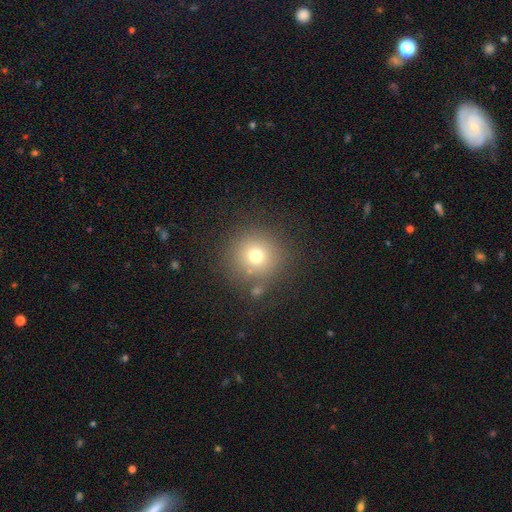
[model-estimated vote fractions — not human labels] This appears to be a smooth galaxy with no disk features (73%) that is round (93%). Merging: none (82%).